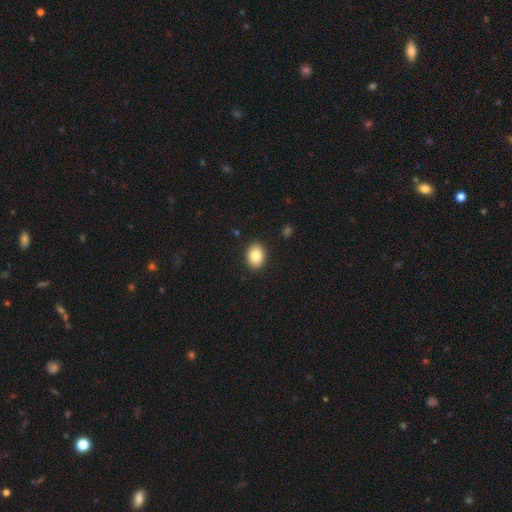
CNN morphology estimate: A smooth galaxy with no disk features (83%) that is in between round and cigar-shaped (72%).

Vote fractions:
- Smooth or featured? smooth: 83% / featured or disk: 9% / star or artifact: 8%
- How rounded? in between: 72% / round: 27% / cigar-shaped: 1%
- Merging? none: 90% / minor disturbance: 7% / major disturbance: 2% / merger: 1%